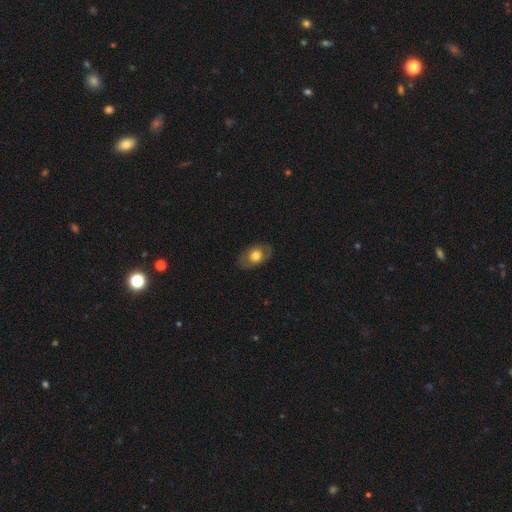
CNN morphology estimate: Q: Smooth or featured?
A: smooth (63%); runner-up: featured or disk (29%)
Q: How rounded?
A: in between (81%); runner-up: round (18%)
Q: Merging?
A: none (81%); runner-up: minor disturbance (14%)